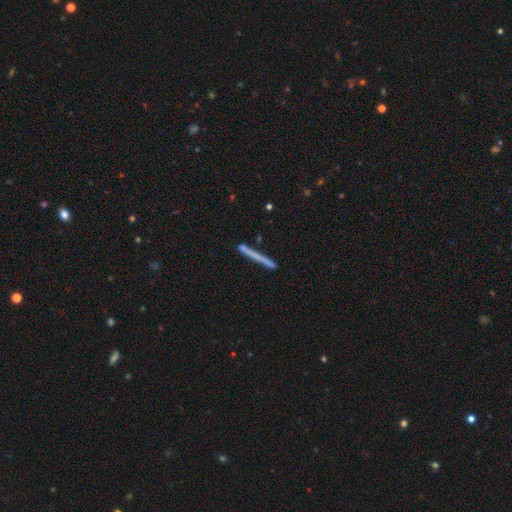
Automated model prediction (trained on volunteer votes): Smooth or featured? smooth (57%)
How rounded? cigar-shaped (97%)
Merging? none (87%)